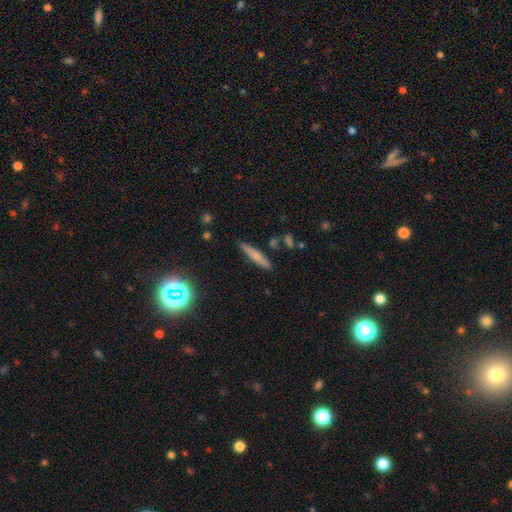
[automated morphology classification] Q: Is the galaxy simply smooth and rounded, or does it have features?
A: smooth — 65%.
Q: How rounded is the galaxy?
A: cigar-shaped — 91%.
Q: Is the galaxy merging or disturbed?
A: none — 86%.